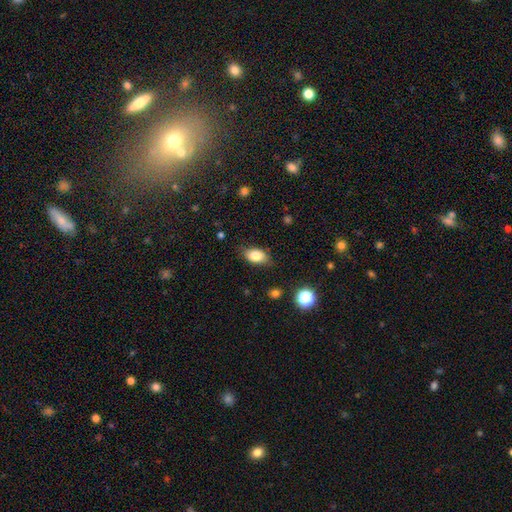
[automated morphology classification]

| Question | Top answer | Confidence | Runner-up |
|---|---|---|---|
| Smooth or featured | smooth | 83% | featured or disk (8%) |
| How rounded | in between | 88% | round (10%) |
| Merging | none | 80% | minor disturbance (15%) |